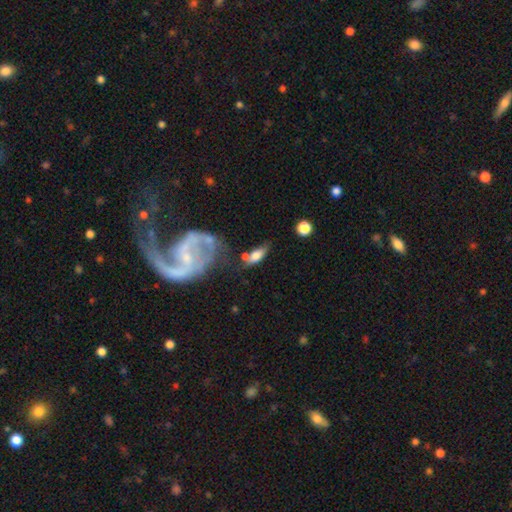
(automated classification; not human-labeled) Morphology: type=smooth (66%); roundness=in between (82%); merging=none (42%).